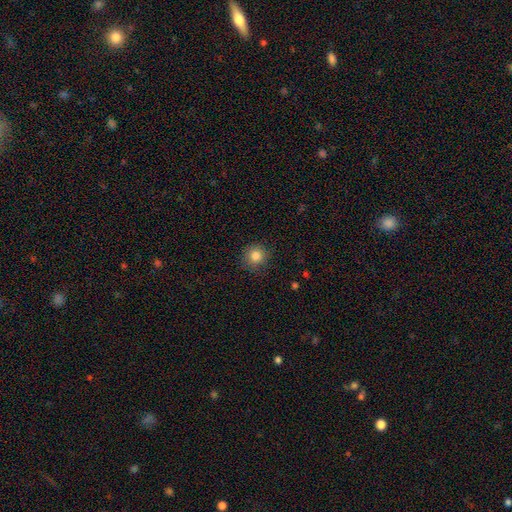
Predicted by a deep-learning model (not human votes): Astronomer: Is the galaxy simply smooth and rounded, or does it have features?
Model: smooth — 83%.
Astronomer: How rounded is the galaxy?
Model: round — 90%.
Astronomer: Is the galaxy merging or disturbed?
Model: none — 85%.